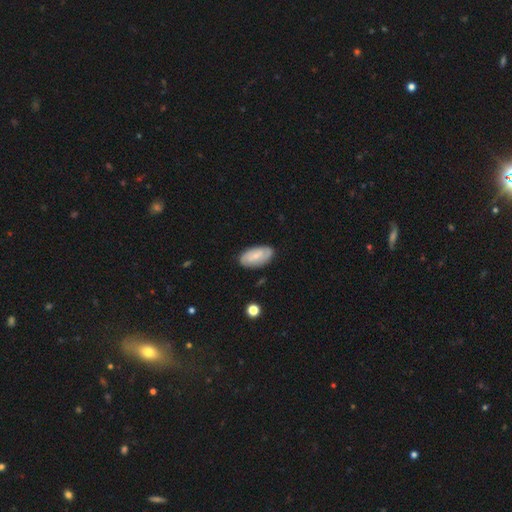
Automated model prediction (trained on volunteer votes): smooth-or-featured: featured or disk: 47% | smooth: 46% | star or artifact: 7%
  merging: none: 81% | minor disturbance: 14% | major disturbance: 3% | merger: 2%